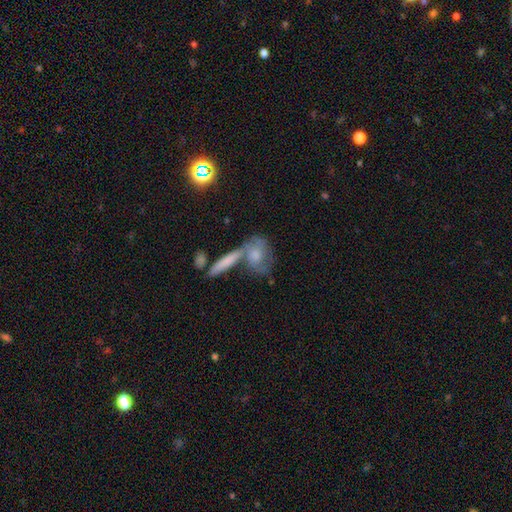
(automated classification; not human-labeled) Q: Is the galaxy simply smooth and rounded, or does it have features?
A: featured or disk — 49%.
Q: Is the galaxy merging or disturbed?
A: none — 40%.